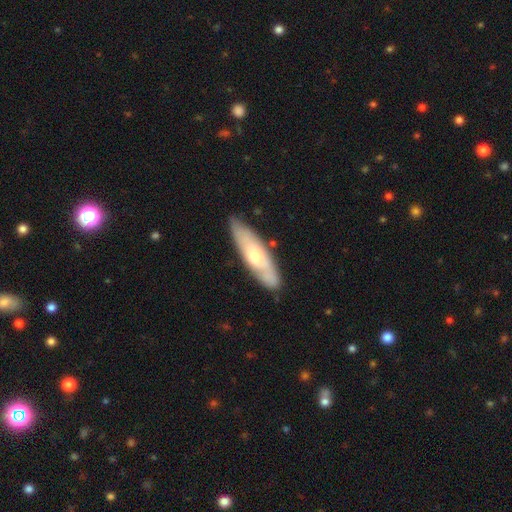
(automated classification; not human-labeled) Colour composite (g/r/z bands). It shows a smooth galaxy with no disk features (48%). Merging: none (79%).